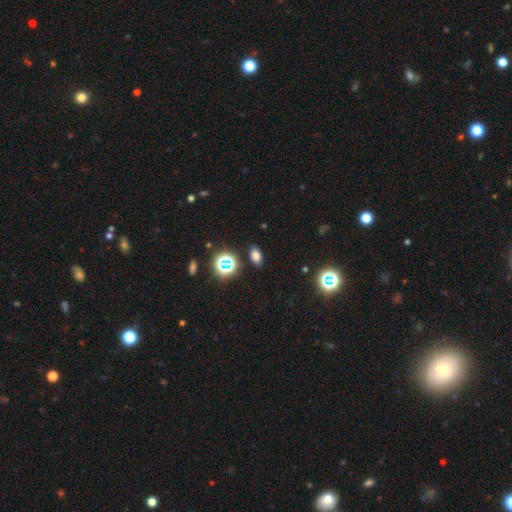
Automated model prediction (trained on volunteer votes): A smooth galaxy with no disk features (69%) that is in between round and cigar-shaped (84%).

Vote fractions:
- Smooth or featured? smooth: 69% / star or artifact: 23% / featured or disk: 7%
- How rounded? in between: 84% / round: 14% / cigar-shaped: 3%
- Merging? none: 87% / minor disturbance: 8% / major disturbance: 3% / merger: 2%